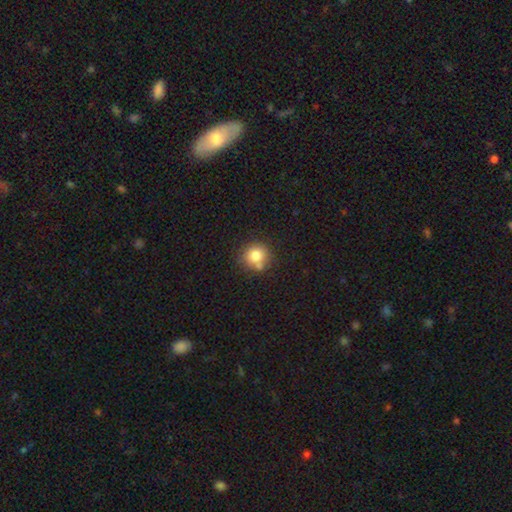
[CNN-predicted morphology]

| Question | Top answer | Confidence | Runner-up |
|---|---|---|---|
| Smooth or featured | smooth | 78% | star or artifact (11%) |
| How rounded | round | 89% | in between (10%) |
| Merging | none | 67% | merger (17%) |